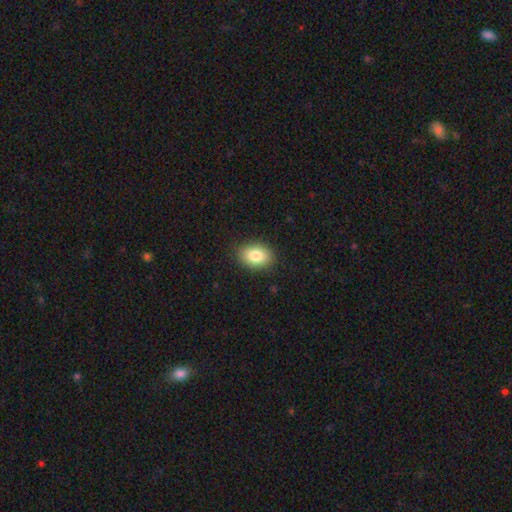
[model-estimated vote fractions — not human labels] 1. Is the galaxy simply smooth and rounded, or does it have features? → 83% smooth, 9% featured or disk, 8% star or artifact.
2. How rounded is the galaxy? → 80% in between, 19% round, 1% cigar-shaped.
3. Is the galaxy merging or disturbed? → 88% none, 9% minor disturbance, 2% major disturbance, 1% merger.